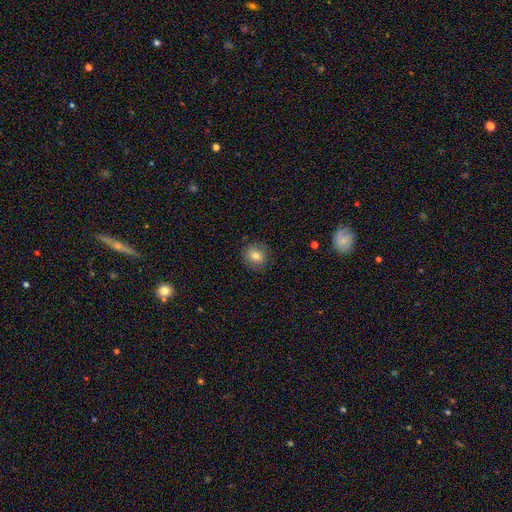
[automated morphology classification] Smooth or featured?
  - smooth: 78% *
  - featured or disk: 11%
  - star or artifact: 11%
How rounded?
  - round: 80% *
  - in between: 19%
  - cigar-shaped: 1%
Merging?
  - none: 87% *
  - minor disturbance: 9%
  - major disturbance: 3%
  - merger: 1%